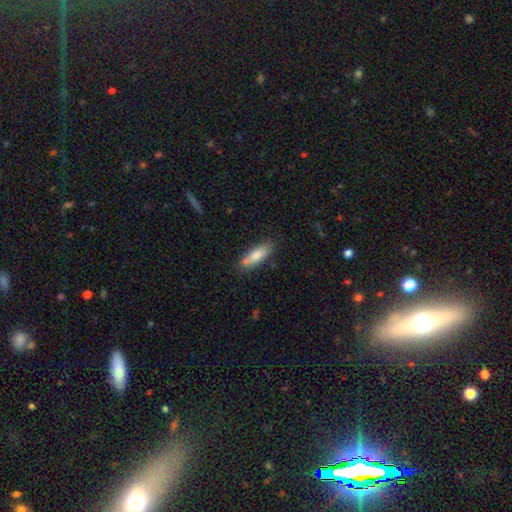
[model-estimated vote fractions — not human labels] smooth_or_featured: smooth (p=0.80) [alt: featured or disk p=0.13]
how_rounded: in between (p=0.53) [alt: cigar-shaped p=0.45]
merging: none (p=0.70) [alt: minor disturbance p=0.17]